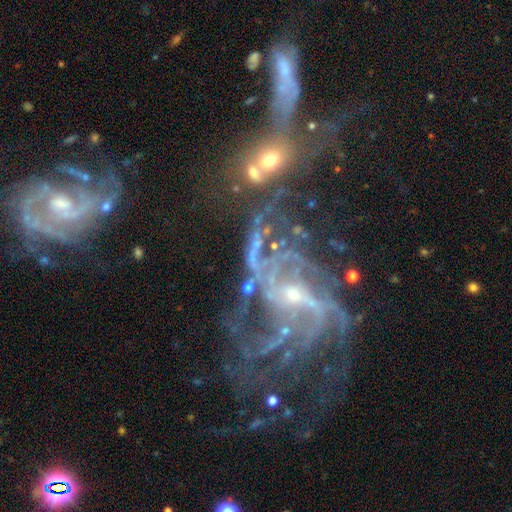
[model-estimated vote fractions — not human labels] smooth_or_featured: featured or disk (p=0.79) [alt: star or artifact p=0.14]
disk_edge_on: no (p=0.97) [alt: yes p=0.03]
bar: no (p=0.50) [alt: weak p=0.36]
has_spiral_arms: yes (p=0.88) [alt: no p=0.12]
spiral_winding: medium (p=0.42) [alt: loose p=0.34]
spiral_arm_count: can't tell (p=0.30) [alt: 3 p=0.19]
bulge_size: small (p=0.61) [alt: moderate p=0.26]
merging: merger (p=0.34) [alt: major disturbance p=0.30]